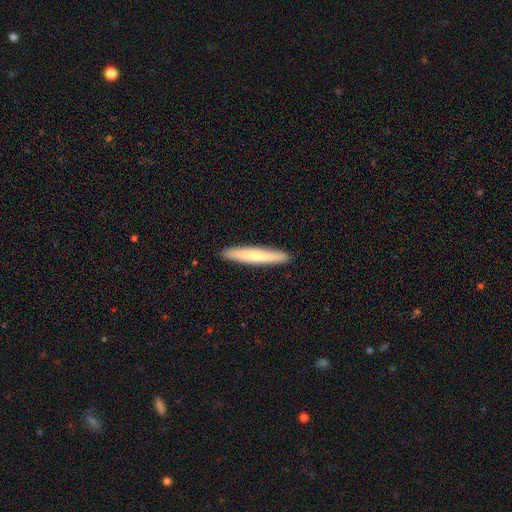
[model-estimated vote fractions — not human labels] Overall: smooth (62%; featured or disk 33%). How rounded: cigar-shaped (94%). Merging: none (92%).